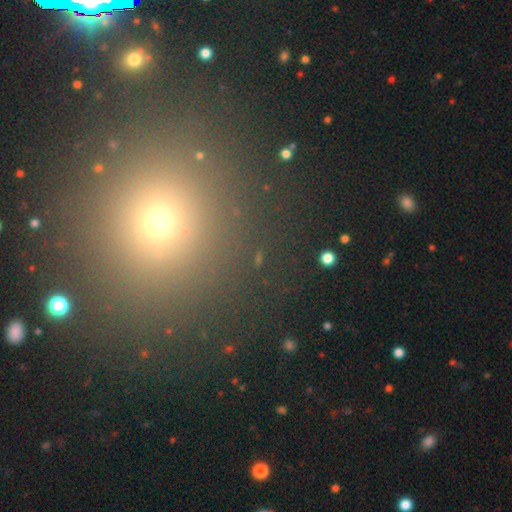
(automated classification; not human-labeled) Morphology: type=star or artifact (46%).